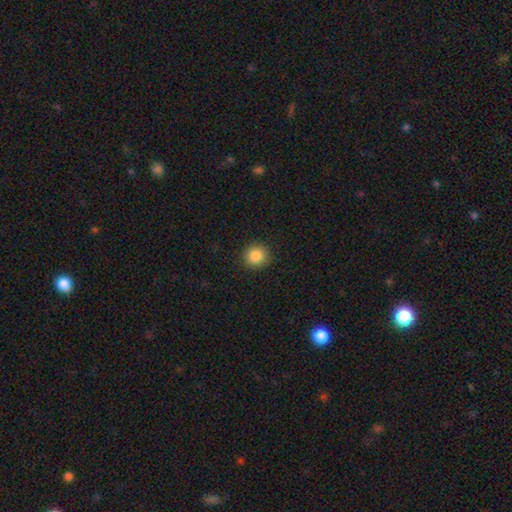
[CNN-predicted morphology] Smooth or featured? Predicted: smooth (p=0.86). How rounded? Predicted: round (p=0.90). Merging? Predicted: none (p=0.90).